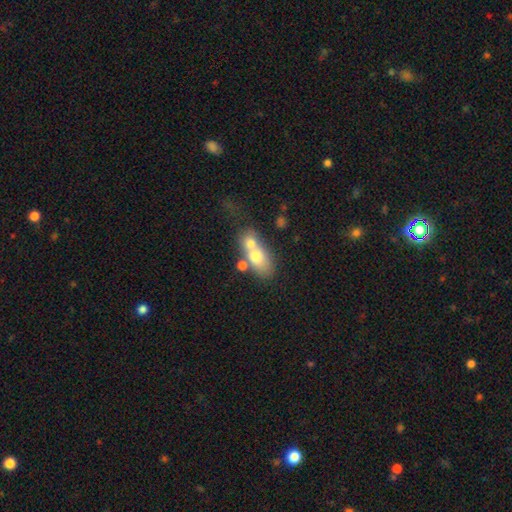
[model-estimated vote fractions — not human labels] Smooth or featured? Predicted: smooth (p=0.66). How rounded? Predicted: in between (p=0.72). Merging? Predicted: merger (p=0.60).